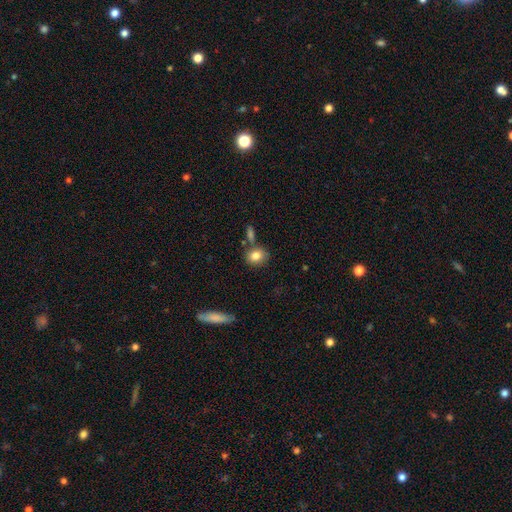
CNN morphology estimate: Smooth or featured? smooth (82%)
How rounded? round (59%)
Merging? none (70%)